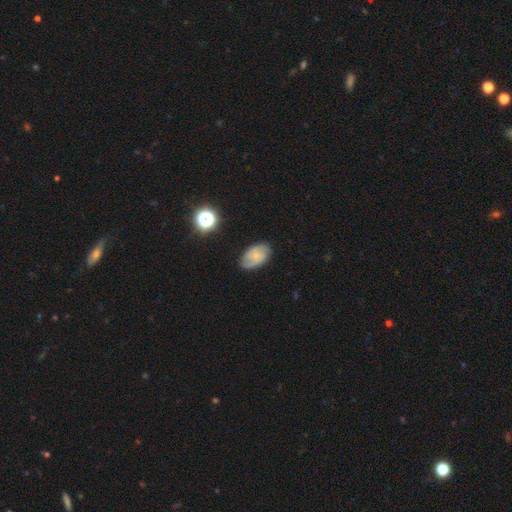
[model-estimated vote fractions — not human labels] Smooth or featured: featured or disk — 53% (smooth — 38%)
Edge-on disk: no — 96% (yes — 4%)
Bar: no — 69% (weak — 27%)
Spiral arms: yes — 88% (no — 12%)
Bulge size: small — 67% (moderate — 16%)
Merging: none — 76% (minor disturbance — 18%)